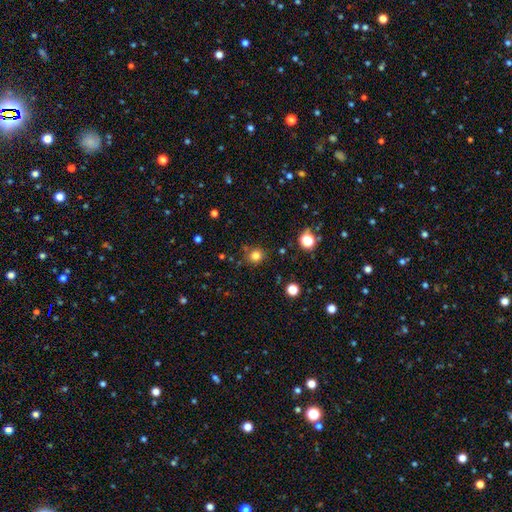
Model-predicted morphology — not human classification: Q: Smooth or featured?
A: smooth (79%); runner-up: star or artifact (16%)
Q: How rounded?
A: round (86%); runner-up: in between (13%)
Q: Merging?
A: none (81%); runner-up: minor disturbance (11%)